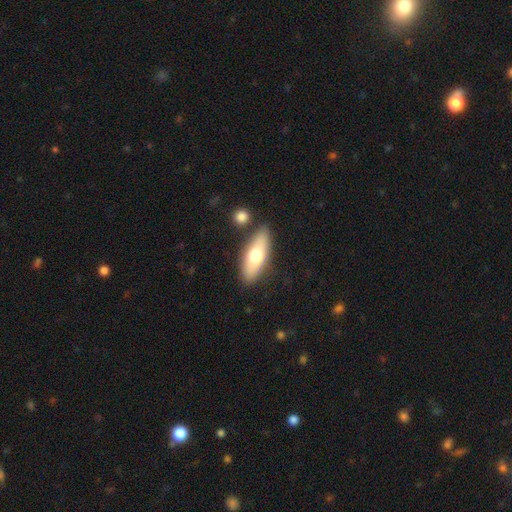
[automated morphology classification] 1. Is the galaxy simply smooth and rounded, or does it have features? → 67% smooth, 27% featured or disk, 6% star or artifact.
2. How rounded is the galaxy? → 70% in between, 27% cigar-shaped, 3% round.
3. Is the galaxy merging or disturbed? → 79% none, 11% minor disturbance, 6% merger, 3% major disturbance.